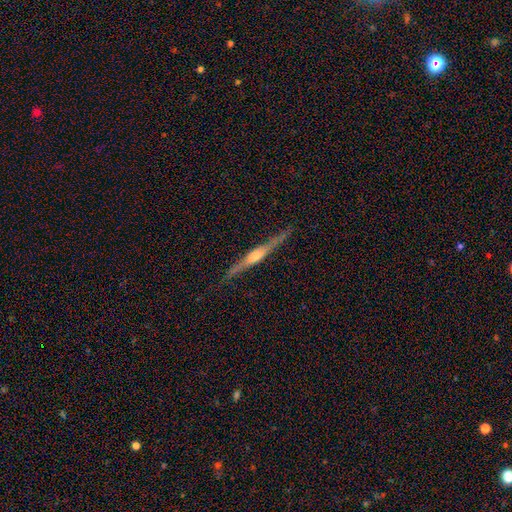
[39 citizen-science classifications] featured or disk 82%, smooth 15%, star or artifact 3%. Down the decision tree: edge-on disk — yes (100%); edge-on bulge — rounded (72%); merging — none (89%).